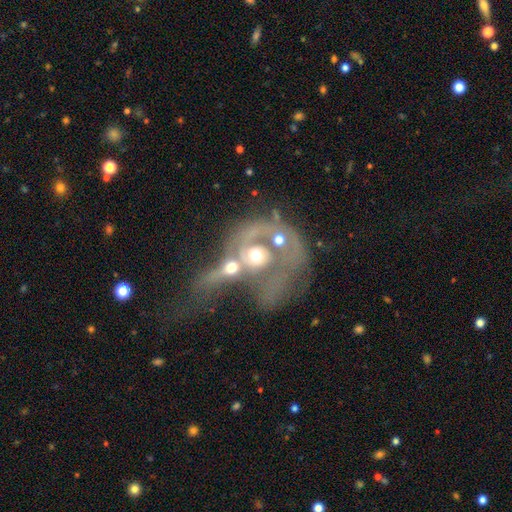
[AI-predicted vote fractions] Morphology: type=featured or disk (72%); edge-on=no (95%); bar=no (82%); spiral arms=yes (57%); bulge=moderate (63%); merging=merger (69%).